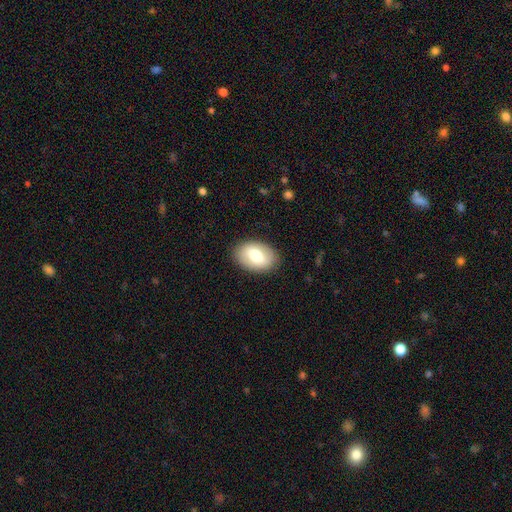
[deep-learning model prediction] Q: Smooth or featured?
A: smooth (67%); runner-up: featured or disk (27%)
Q: How rounded?
A: in between (86%); runner-up: round (13%)
Q: Merging?
A: none (87%); runner-up: minor disturbance (9%)